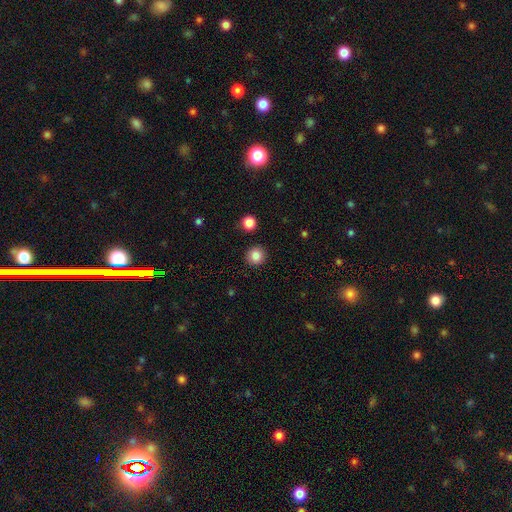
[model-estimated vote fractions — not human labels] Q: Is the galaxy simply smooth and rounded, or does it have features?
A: smooth — 86%.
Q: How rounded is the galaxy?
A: round — 93%.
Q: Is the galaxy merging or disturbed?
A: none — 91%.